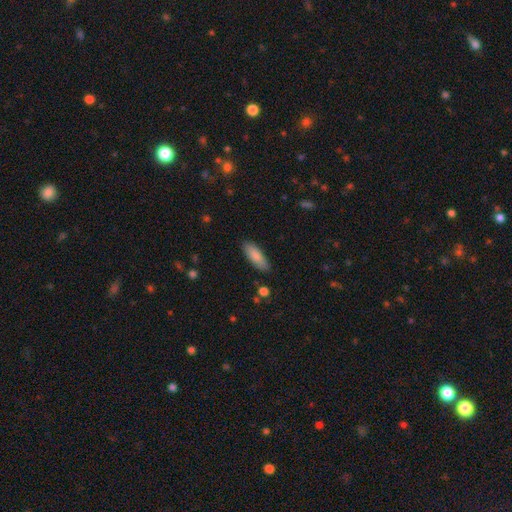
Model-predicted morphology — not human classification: smooth_or_featured: smooth (p=0.85) [alt: featured or disk p=0.10]
how_rounded: in between (p=0.60) [alt: cigar-shaped p=0.39]
merging: none (p=0.87) [alt: minor disturbance p=0.10]